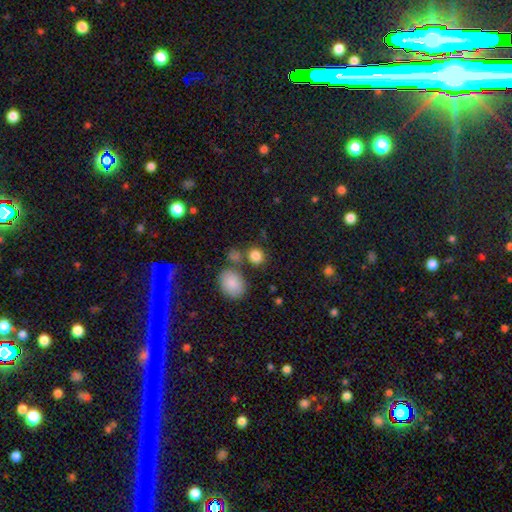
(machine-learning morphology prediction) Smooth or featured: smooth — 84% (star or artifact — 11%)
How rounded: round — 78% (in between — 21%)
Merging: none — 68% (merger — 17%)